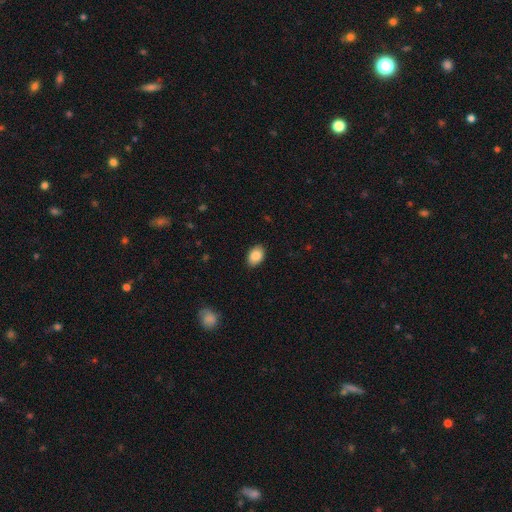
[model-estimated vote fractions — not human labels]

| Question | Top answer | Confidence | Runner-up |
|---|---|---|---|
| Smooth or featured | smooth | 88% | star or artifact (7%) |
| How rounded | in between | 84% | round (15%) |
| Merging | none | 87% | minor disturbance (10%) |